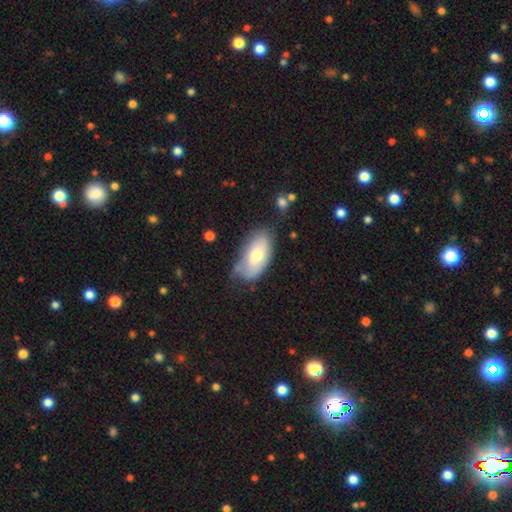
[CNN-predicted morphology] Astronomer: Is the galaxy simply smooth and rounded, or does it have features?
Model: smooth — 63%.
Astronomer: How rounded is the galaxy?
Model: in between — 94%.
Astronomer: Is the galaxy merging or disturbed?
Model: none — 57%.